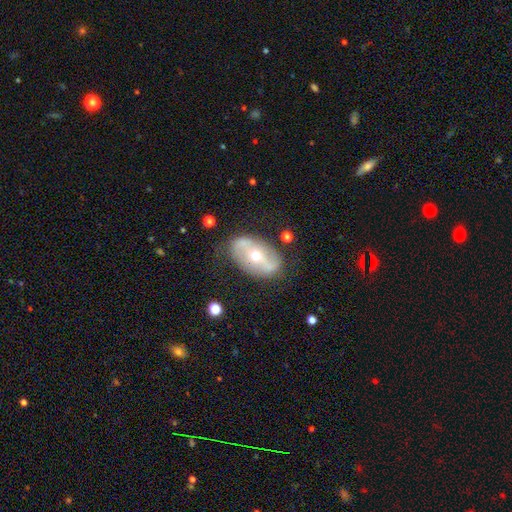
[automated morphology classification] Q: Smooth or featured?
A: featured or disk (70%); runner-up: smooth (23%)
Q: Edge-on disk?
A: no (92%); runner-up: yes (8%)
Q: Bar?
A: strong (37%); tied with: no (37%)
Q: Spiral arms?
A: yes (58%); runner-up: no (42%)
Q: Bulge size?
A: moderate (51%); runner-up: small (46%)
Q: Merging?
A: none (74%); runner-up: minor disturbance (17%)